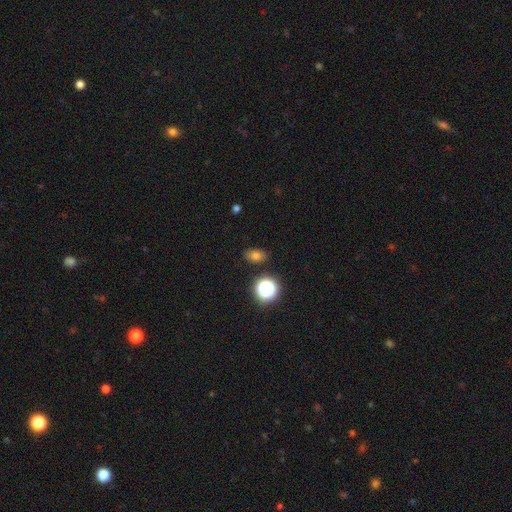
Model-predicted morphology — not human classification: type=smooth (74%); roundness=in between (76%); merging=none (85%).